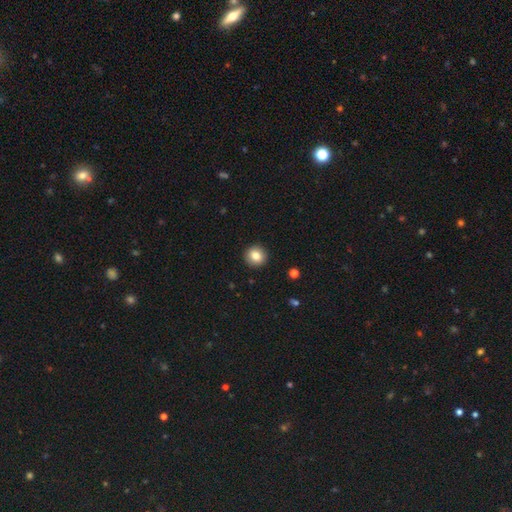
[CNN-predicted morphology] This is clearly a smooth galaxy (83%). How rounded: clearly round (92%). Merging: clearly none (93%).